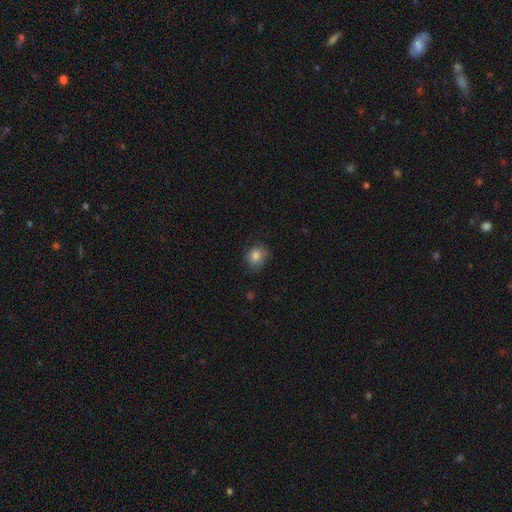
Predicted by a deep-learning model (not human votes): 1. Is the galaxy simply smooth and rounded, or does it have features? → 83% smooth, 9% star or artifact, 8% featured or disk.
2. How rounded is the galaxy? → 69% round, 31% in between, 1% cigar-shaped.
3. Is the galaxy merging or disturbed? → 72% none, 22% minor disturbance, 5% major disturbance, 1% merger.